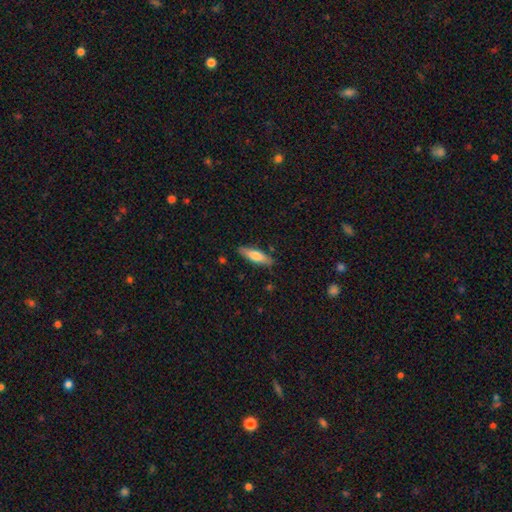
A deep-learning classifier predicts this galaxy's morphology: This appears to be a smooth galaxy with no disk features (69%) that is cigar-shaped (58%). Merging: none (84%).